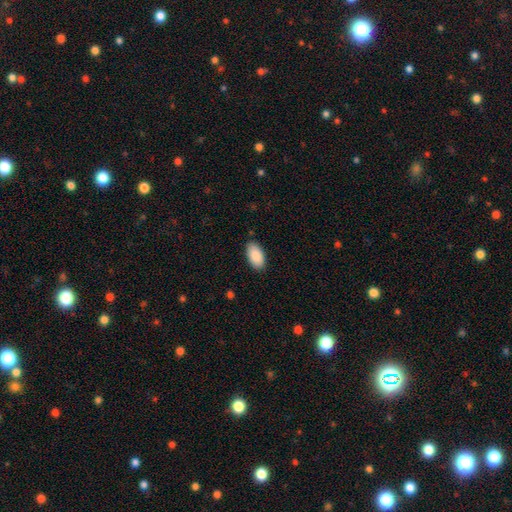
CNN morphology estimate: A smooth galaxy with no disk features (90%) that is in between round and cigar-shaped (95%).

Vote fractions:
- Smooth or featured? smooth: 90% / star or artifact: 6% / featured or disk: 4%
- How rounded? in between: 95% / round: 3% / cigar-shaped: 2%
- Merging? none: 87% / minor disturbance: 10% / major disturbance: 2% / merger: 1%